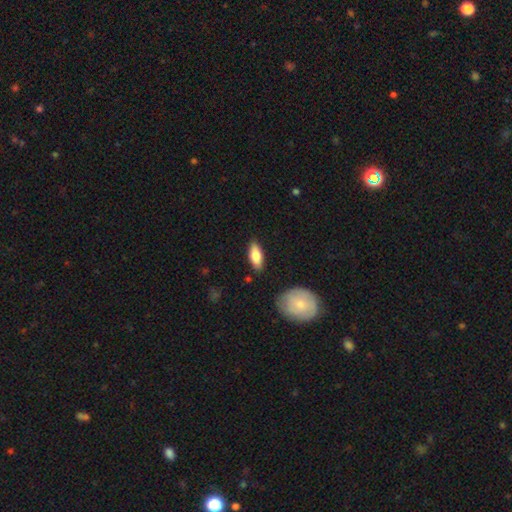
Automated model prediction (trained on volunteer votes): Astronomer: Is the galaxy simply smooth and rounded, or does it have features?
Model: smooth — 74%.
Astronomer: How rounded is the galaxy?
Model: in between — 75%.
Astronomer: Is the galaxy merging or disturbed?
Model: none — 85%.